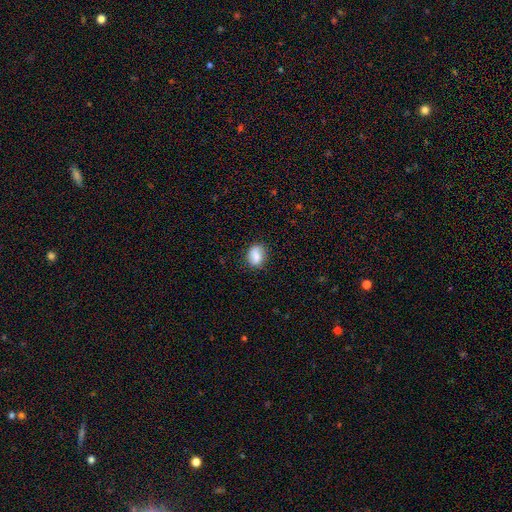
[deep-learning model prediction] A smooth galaxy with no disk features (74%) that is in between round and cigar-shaped (52%). Merging: none (79%).